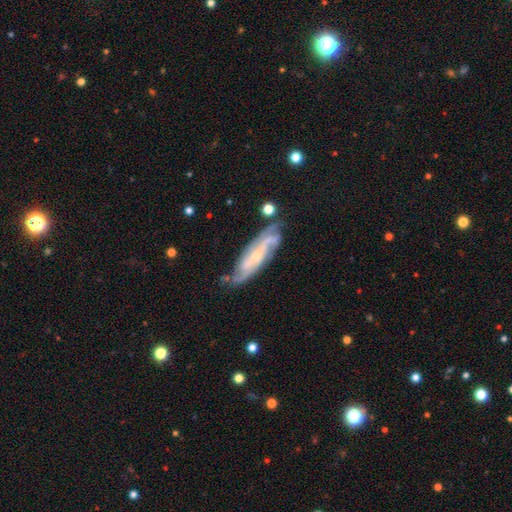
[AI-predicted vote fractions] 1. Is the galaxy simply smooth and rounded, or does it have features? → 83% featured or disk, 11% smooth, 6% star or artifact.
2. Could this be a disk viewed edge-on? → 83% no, 17% yes.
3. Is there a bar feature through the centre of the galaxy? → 58% no, 29% weak, 13% strong.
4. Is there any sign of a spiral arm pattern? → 95% yes, 5% no.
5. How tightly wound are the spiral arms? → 48% tight, 40% medium, 12% loose.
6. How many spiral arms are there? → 31% 2, 26% 3, 24% can't tell, 12% 4, 4% more than 4, 4% 1.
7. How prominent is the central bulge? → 72% small, 24% moderate, 3% none, 1% large, 1% dominant.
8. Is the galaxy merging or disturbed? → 72% none, 19% minor disturbance, 6% major disturbance, 3% merger.